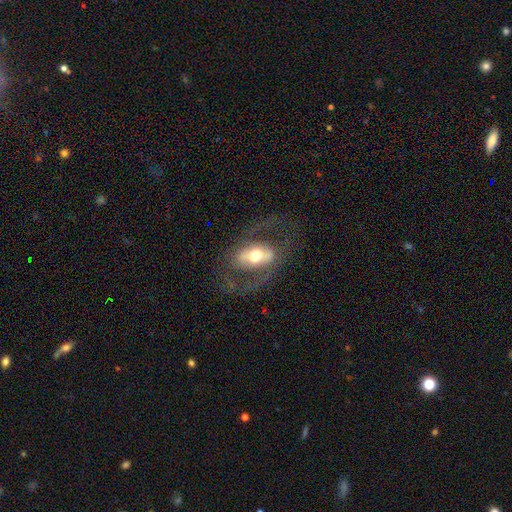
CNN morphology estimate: Smooth or featured? featured or disk (68%)
Edge-on disk? no (89%)
Bar? strong (40%)
Spiral arms? yes (58%)
Bulge size? moderate (63%)
Merging? none (65%)